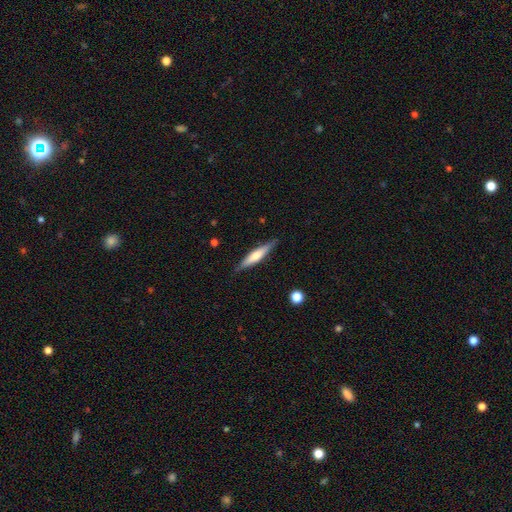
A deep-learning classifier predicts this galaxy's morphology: smooth-or-featured: featured or disk: 49% | smooth: 45% | star or artifact: 6%
  merging: none: 87% | minor disturbance: 10% | major disturbance: 2% | merger: 1%